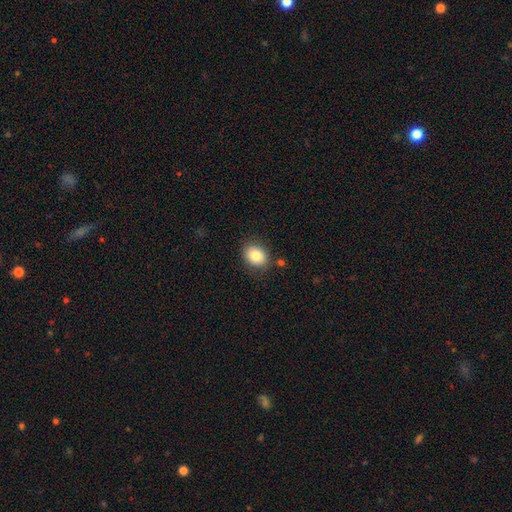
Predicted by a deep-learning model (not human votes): This appears to be a smooth galaxy with no disk features (82%) that is in between round and cigar-shaped (52%). Merging: none (83%).